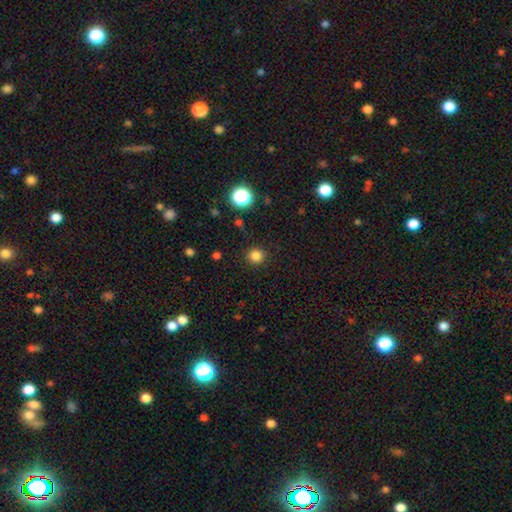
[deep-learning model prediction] Smooth or featured: smooth — 82% (star or artifact — 14%)
How rounded: round — 92% (in between — 7%)
Merging: none — 90% (minor disturbance — 6%)